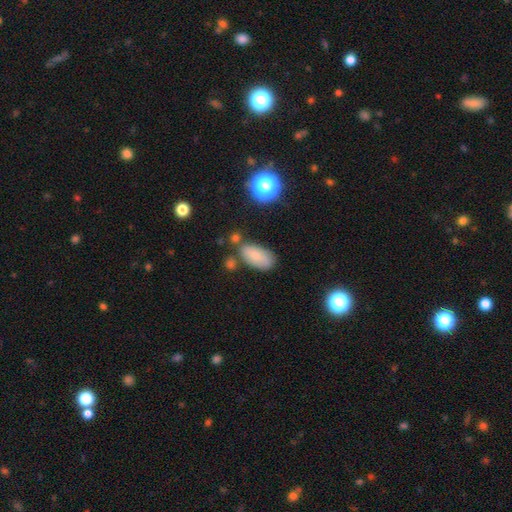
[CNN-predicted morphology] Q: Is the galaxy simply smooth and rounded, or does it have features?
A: smooth — 75%.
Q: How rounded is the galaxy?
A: in between — 91%.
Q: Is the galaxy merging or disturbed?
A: none — 64%.